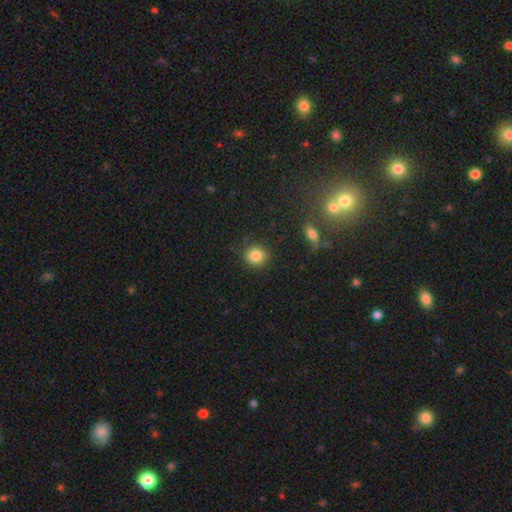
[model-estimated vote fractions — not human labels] smooth_or_featured: smooth (p=0.85) [alt: star or artifact p=0.10]
how_rounded: round (p=0.88) [alt: in between p=0.11]
merging: none (p=0.83) [alt: minor disturbance p=0.11]